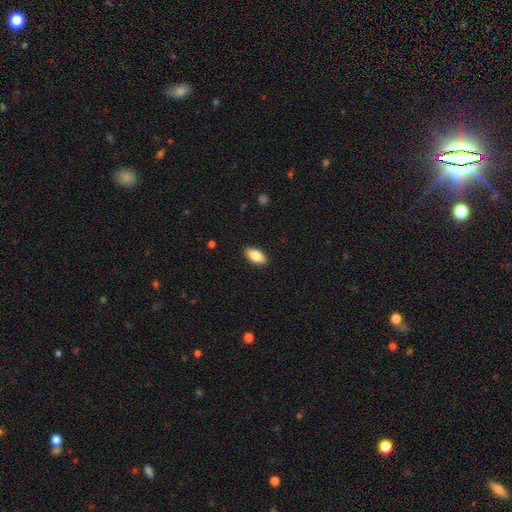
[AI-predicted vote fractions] A smooth galaxy with no disk features (83%) that is in between round and cigar-shaped (90%). Merging: none (89%).